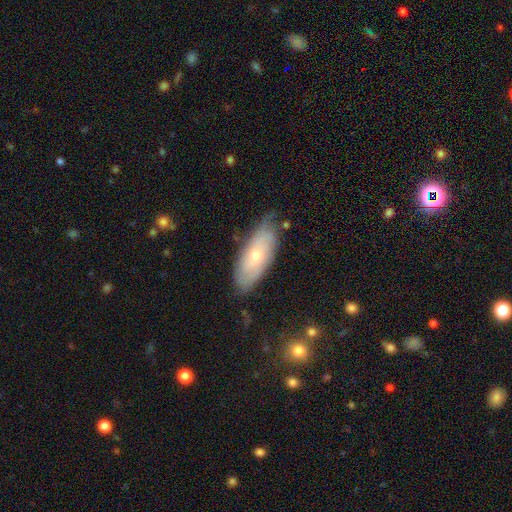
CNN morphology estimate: featured or disk 51%, smooth 42%, star or artifact 7%. Down the decision tree: edge-on disk — no (82%); merging — none (68%).